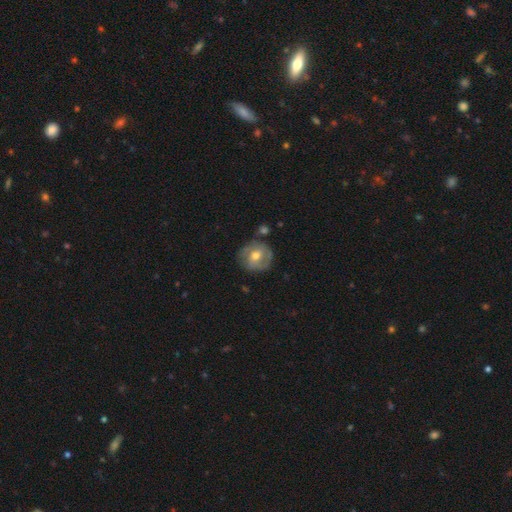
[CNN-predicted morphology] A featured or disk galaxy (56%) with no bar (52%), spiral arms (69%) and a moderate central bulge (72%).

Vote fractions:
- Smooth or featured? featured or disk: 56% / smooth: 38% / star or artifact: 7%
- Edge-on disk? no: 96% / yes: 4%
- Bar? no: 52% / weak: 38% / strong: 10%
- Spiral arms? yes: 69% / no: 31%
- Bulge size? moderate: 72% / small: 22% / large: 5% / none: 1% / dominant: 1%
- Merging? none: 70% / minor disturbance: 19% / major disturbance: 6% / merger: 5%